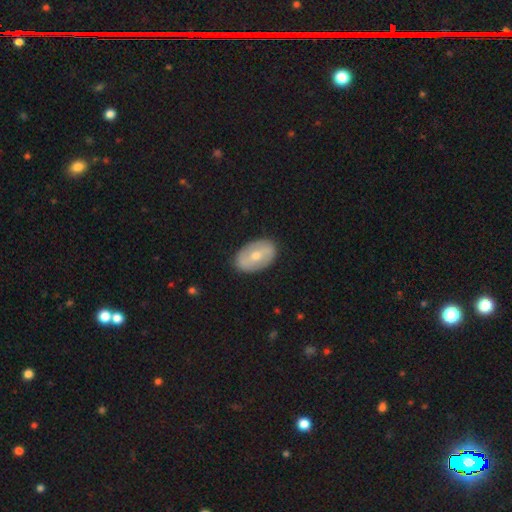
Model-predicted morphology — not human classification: Q: Smooth or featured?
A: smooth (49%); runner-up: featured or disk (45%)
Q: Merging?
A: none (86%); runner-up: minor disturbance (10%)